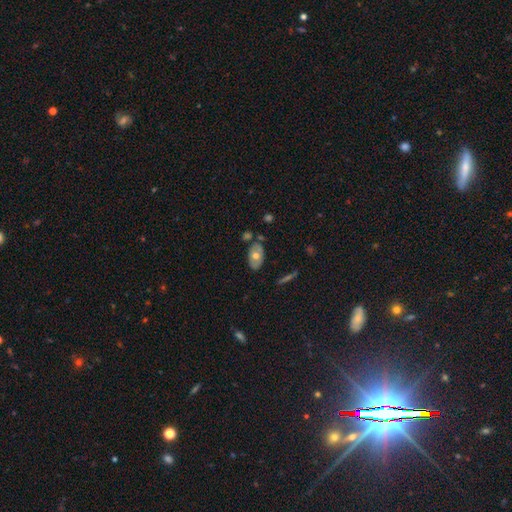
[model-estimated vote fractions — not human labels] A smooth galaxy with no disk features (51%) that is in between round and cigar-shaped (90%).

Vote fractions:
- Smooth or featured? smooth: 51% / featured or disk: 42% / star or artifact: 7%
- How rounded? in between: 90% / round: 8% / cigar-shaped: 2%
- Merging? none: 72% / minor disturbance: 17% / merger: 7% / major disturbance: 4%